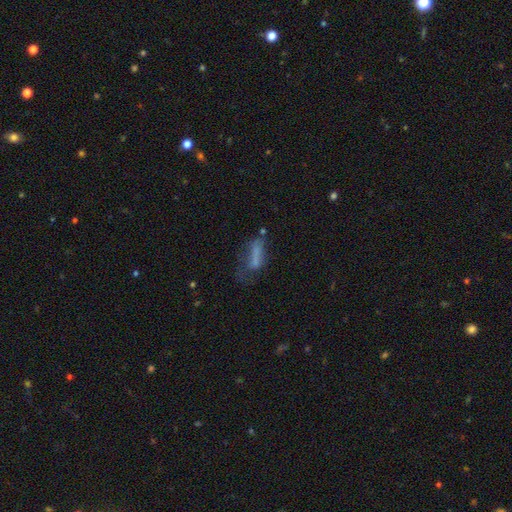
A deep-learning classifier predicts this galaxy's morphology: type=smooth (57%); roundness=cigar-shaped (48%, tied with in between); merging=major disturbance (39%).